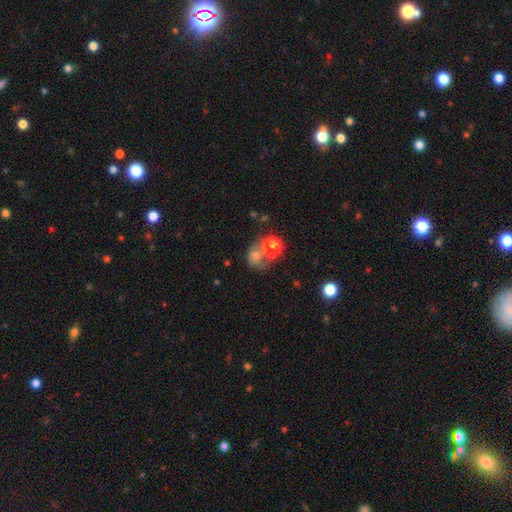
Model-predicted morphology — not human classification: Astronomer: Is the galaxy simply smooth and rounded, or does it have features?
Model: smooth — 63%.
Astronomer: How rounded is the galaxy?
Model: round — 63%.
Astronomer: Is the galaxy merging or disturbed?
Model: merger — 42% (runner-up: none, 30%).